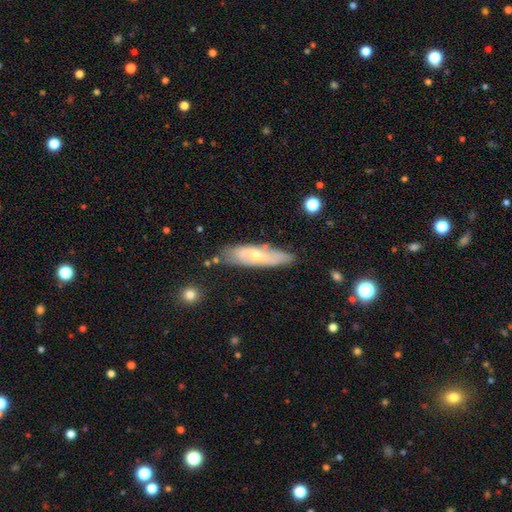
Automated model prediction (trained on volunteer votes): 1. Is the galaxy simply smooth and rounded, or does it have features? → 54% featured or disk, 39% smooth, 7% star or artifact.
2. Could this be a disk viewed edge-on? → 64% no, 36% yes.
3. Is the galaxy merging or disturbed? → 74% none, 19% minor disturbance, 4% major disturbance, 3% merger.